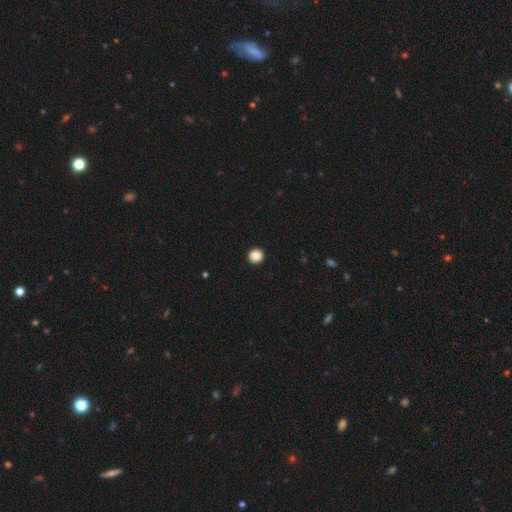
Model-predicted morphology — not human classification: A smooth galaxy with no disk features (88%) that is round (92%).

Vote fractions:
- Smooth or featured? smooth: 88% / star or artifact: 10% / featured or disk: 3%
- How rounded? round: 92% / in between: 7% / cigar-shaped: 1%
- Merging? none: 93% / minor disturbance: 4% / major disturbance: 1% / merger: 1%